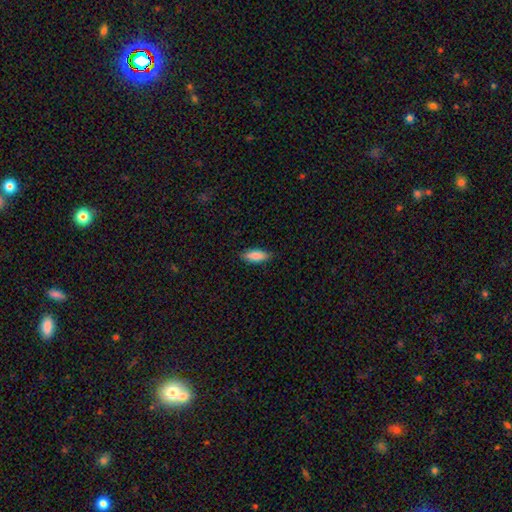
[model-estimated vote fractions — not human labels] The model was most divided on "how rounded": in between: 70%, cigar-shaped: 28%, round: 2%. More confident: merging — none (85%); smooth or featured — smooth (84%).